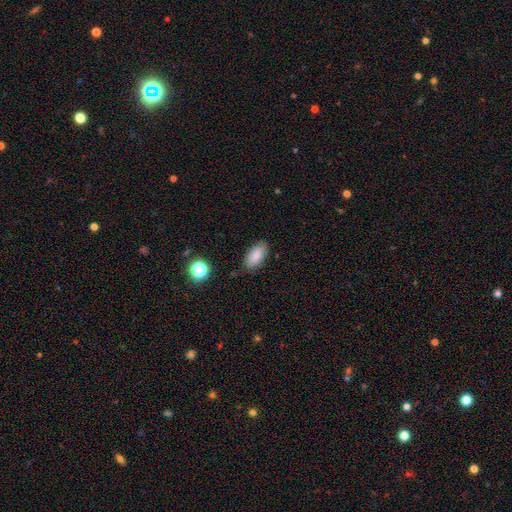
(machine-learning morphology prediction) Smooth or featured: smooth — 87% (star or artifact — 8%)
How rounded: in between — 92% (cigar-shaped — 5%)
Merging: none — 81% (minor disturbance — 14%)